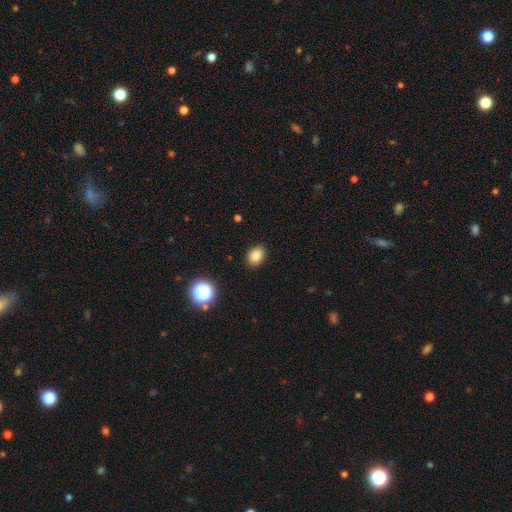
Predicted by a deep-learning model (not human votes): Q: Smooth or featured?
A: smooth (84%); runner-up: star or artifact (11%)
Q: How rounded?
A: in between (72%); runner-up: round (27%)
Q: Merging?
A: none (89%); runner-up: minor disturbance (8%)